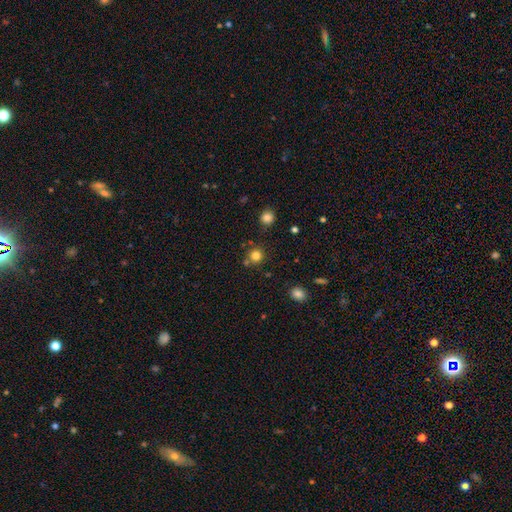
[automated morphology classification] This is clearly a smooth galaxy (80%). How rounded: clearly round (91%). Merging: likely none (77%).